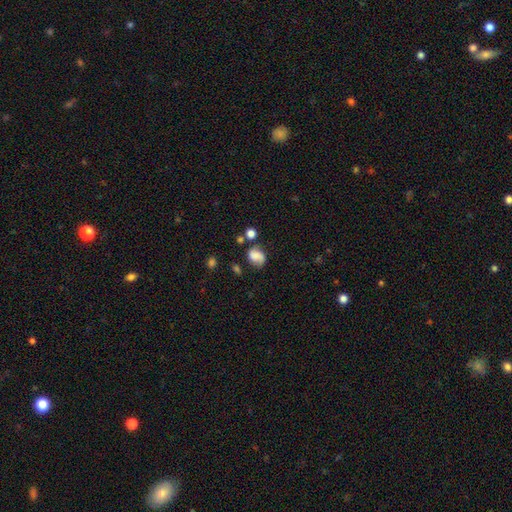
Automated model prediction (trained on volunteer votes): Smooth or featured? smooth (65%)
How rounded? in between (53%)
Merging? none (50%)